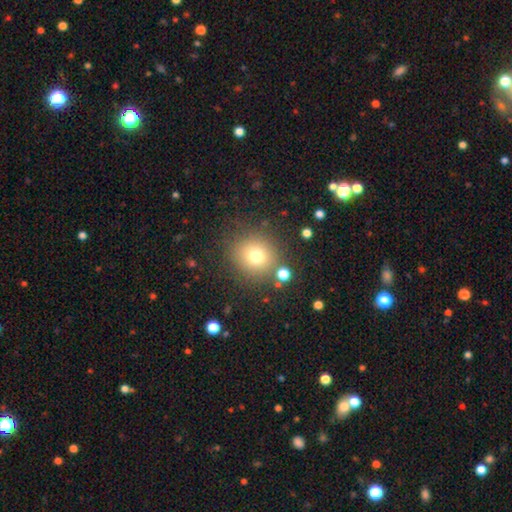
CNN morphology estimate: A smooth galaxy with no disk features (73%) that is round (90%).

Vote fractions:
- Smooth or featured? smooth: 73% / star or artifact: 16% / featured or disk: 11%
- How rounded? round: 90% / in between: 9% / cigar-shaped: 1%
- Merging? none: 82% / minor disturbance: 9% / merger: 5% / major disturbance: 4%